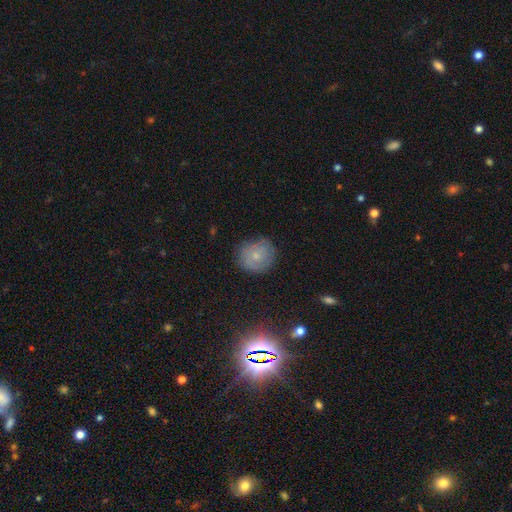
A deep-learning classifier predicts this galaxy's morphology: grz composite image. It shows a smooth galaxy with no disk features (60%) that is round (86%). Merging: none (79%).